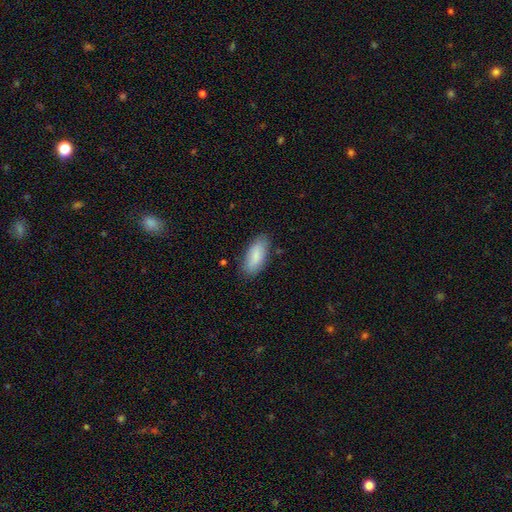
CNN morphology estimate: smooth 85%, featured or disk 9%, star or artifact 6%. Down the decision tree: how rounded — in between (89%); merging — none (80%).